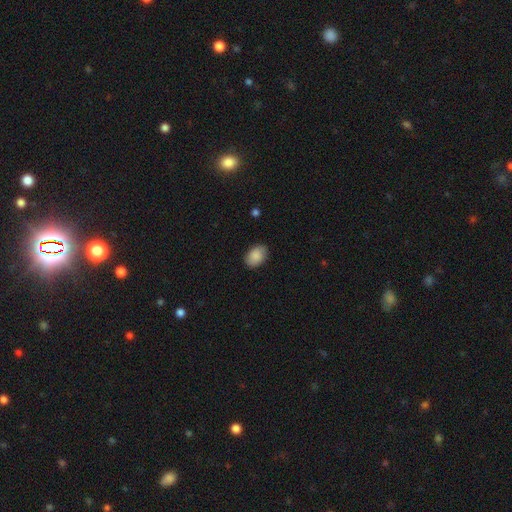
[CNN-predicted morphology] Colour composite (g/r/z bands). It shows a smooth galaxy with no disk features (88%) that is in between round and cigar-shaped (87%). Merging: none (87%).